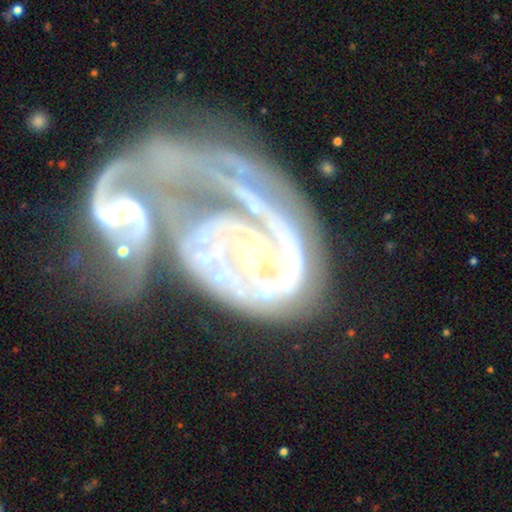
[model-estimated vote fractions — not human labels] Morphology: type=featured or disk (89%); edge-on=no (97%); bar=no (61%); spiral arms=yes (89%); winding=tight (42%); arm count=2 (47%); bulge=moderate (50%); merging=merger (76%).